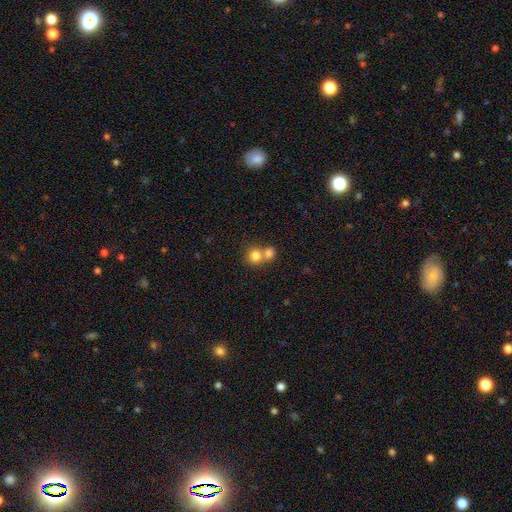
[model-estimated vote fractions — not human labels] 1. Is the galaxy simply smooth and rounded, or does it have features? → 80% smooth, 11% star or artifact, 9% featured or disk.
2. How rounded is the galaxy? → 86% round, 13% in between, 1% cigar-shaped.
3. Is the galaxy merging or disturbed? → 52% merger, 40% none, 5% minor disturbance, 2% major disturbance.